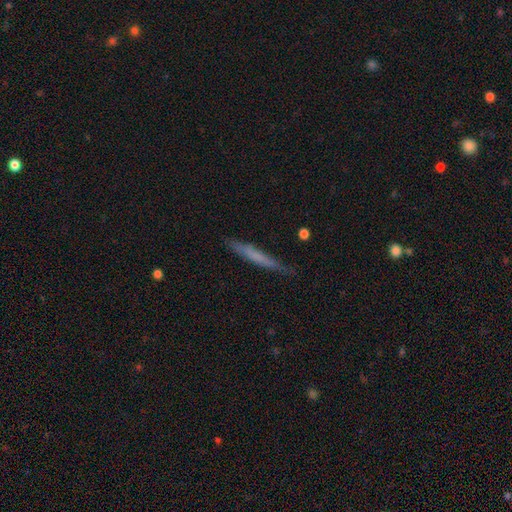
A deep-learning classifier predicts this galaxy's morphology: smooth 58%, featured or disk 36%, star or artifact 7%. Down the decision tree: how rounded — cigar-shaped (95%); merging — none (80%).